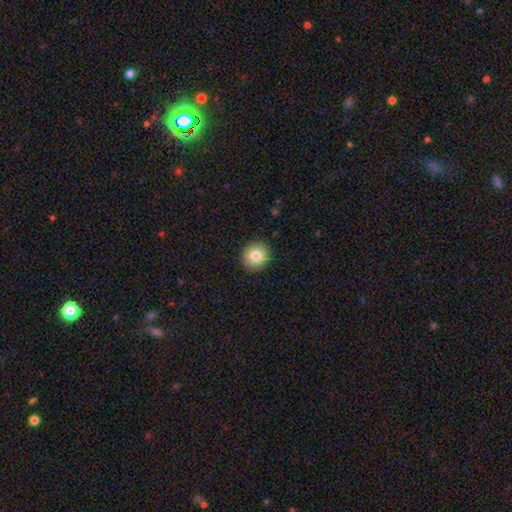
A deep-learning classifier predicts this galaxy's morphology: type=smooth (80%); roundness=round (92%); merging=none (92%).